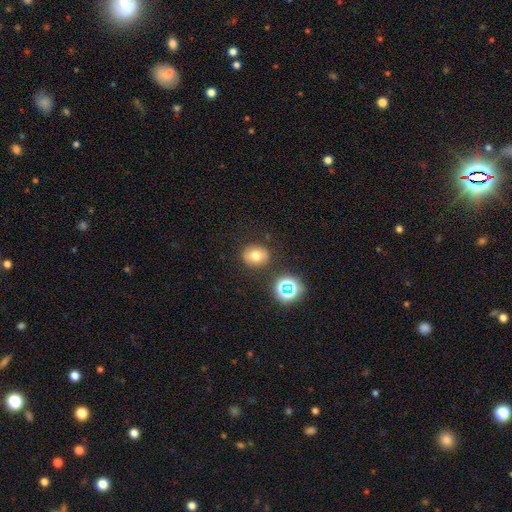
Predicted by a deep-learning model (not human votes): smooth_or_featured: smooth (p=0.70) [alt: star or artifact p=0.16]
how_rounded: round (p=0.69) [alt: in between p=0.30]
merging: none (p=0.83) [alt: minor disturbance p=0.10]